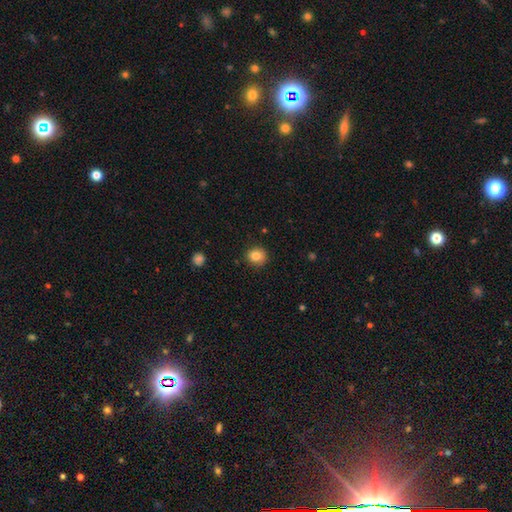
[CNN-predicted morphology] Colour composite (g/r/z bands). It shows a smooth galaxy with no disk features (83%) that is round (83%). Merging: none (87%).